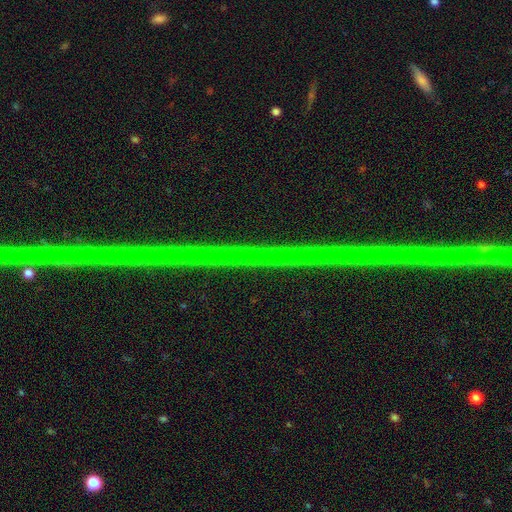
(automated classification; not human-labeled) Smooth or featured? Predicted: star or artifact (p=0.85).